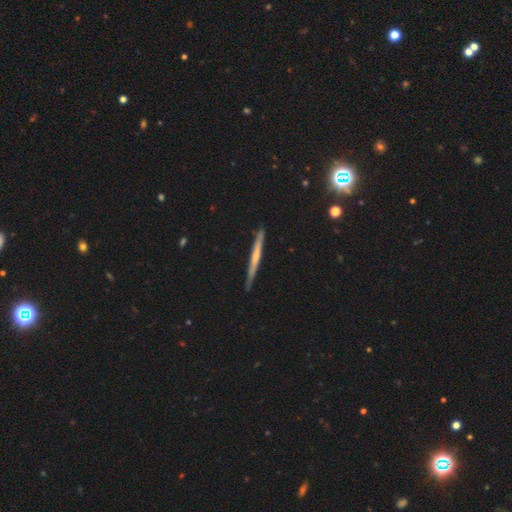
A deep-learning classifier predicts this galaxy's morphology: Smooth or featured? featured or disk (66%)
Edge-on disk? yes (96%)
Edge-on bulge? rounded (55%)
Merging? none (88%)